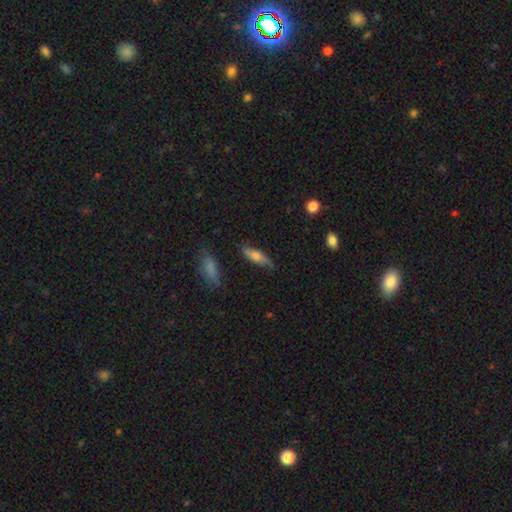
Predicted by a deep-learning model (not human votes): The model was most divided on "how rounded": cigar-shaped: 55%, in between: 42%, round: 3%. More confident: merging — none (79%); smooth or featured — smooth (66%).